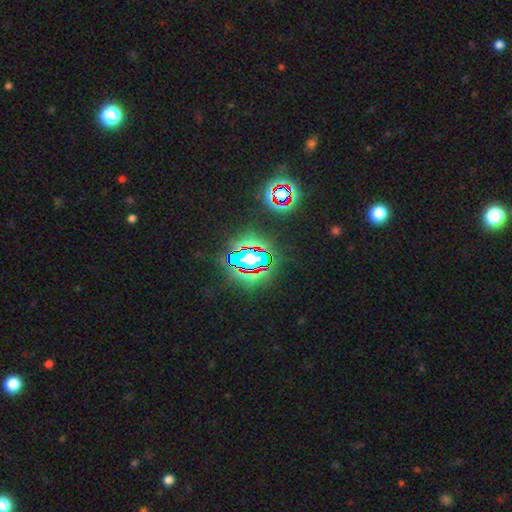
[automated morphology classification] smooth-or-featured: star or artifact: 83% | smooth: 10% | featured or disk: 7%